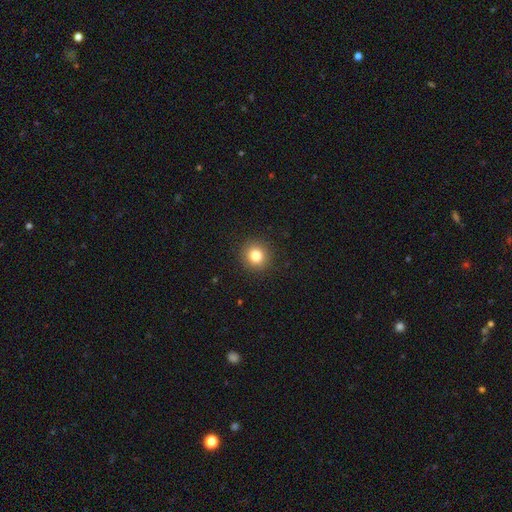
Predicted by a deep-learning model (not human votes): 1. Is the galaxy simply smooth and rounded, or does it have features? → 83% smooth, 11% star or artifact, 6% featured or disk.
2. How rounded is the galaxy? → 91% round, 8% in between, 1% cigar-shaped.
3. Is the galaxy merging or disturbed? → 91% none, 6% minor disturbance, 2% major disturbance, 1% merger.